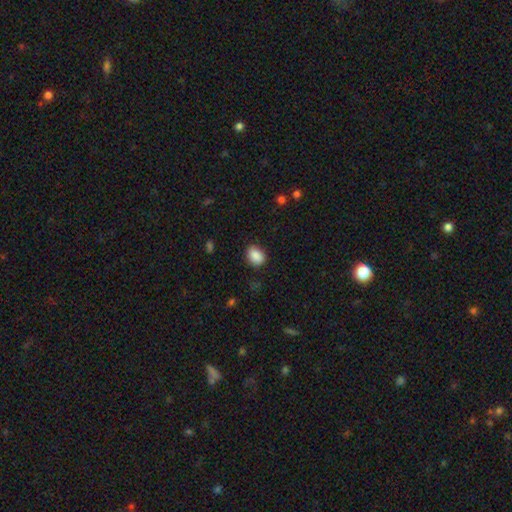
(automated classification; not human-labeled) A smooth galaxy with no disk features (89%) that is in between round and cigar-shaped (70%).

Vote fractions:
- Smooth or featured? smooth: 89% / star or artifact: 8% / featured or disk: 3%
- How rounded? in between: 70% / round: 29% / cigar-shaped: 1%
- Merging? none: 81% / minor disturbance: 14% / major disturbance: 3% / merger: 1%